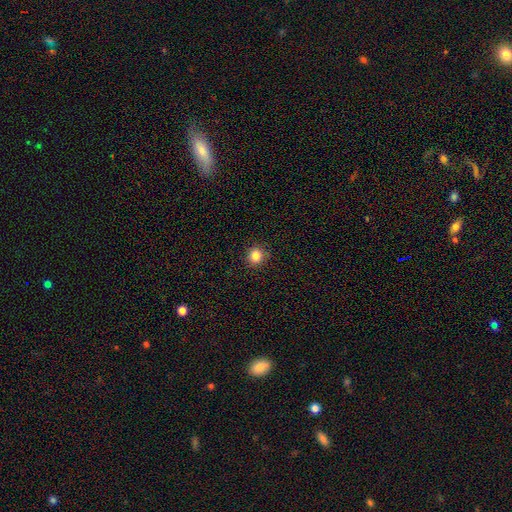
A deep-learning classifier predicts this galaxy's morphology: A smooth galaxy with no disk features (84%) that is round (86%).

Vote fractions:
- Smooth or featured? smooth: 84% / star or artifact: 11% / featured or disk: 5%
- How rounded? round: 86% / in between: 13% / cigar-shaped: 1%
- Merging? none: 91% / minor disturbance: 6% / major disturbance: 2% / merger: 1%